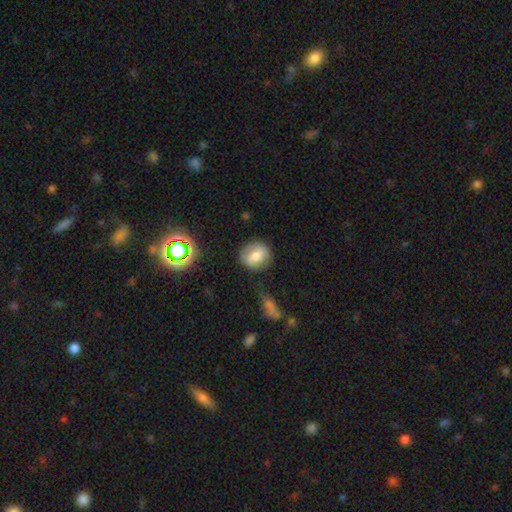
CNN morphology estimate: Q: Smooth or featured?
A: smooth (73%); runner-up: featured or disk (18%)
Q: How rounded?
A: round (73%); runner-up: in between (25%)
Q: Merging?
A: none (77%); runner-up: minor disturbance (16%)